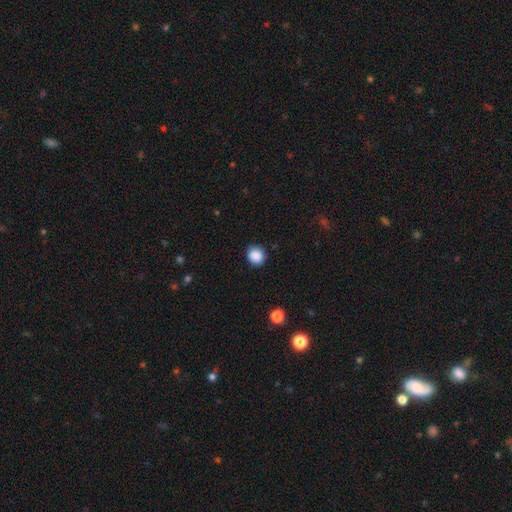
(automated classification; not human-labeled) Smooth or featured: smooth — 88% (star or artifact — 9%)
How rounded: round — 84% (in between — 15%)
Merging: none — 90% (minor disturbance — 7%)